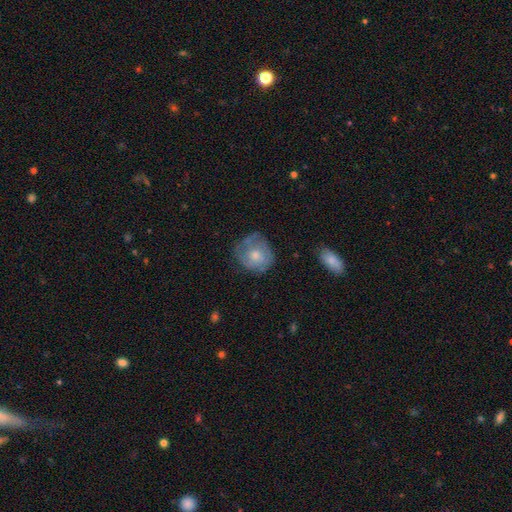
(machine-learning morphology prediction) A smooth galaxy with no disk features (61%) that is round (81%).

Vote fractions:
- Smooth or featured? smooth: 61% / featured or disk: 32% / star or artifact: 7%
- How rounded? round: 81% / in between: 18% / cigar-shaped: 1%
- Merging? none: 59% / minor disturbance: 28% / major disturbance: 11% / merger: 3%